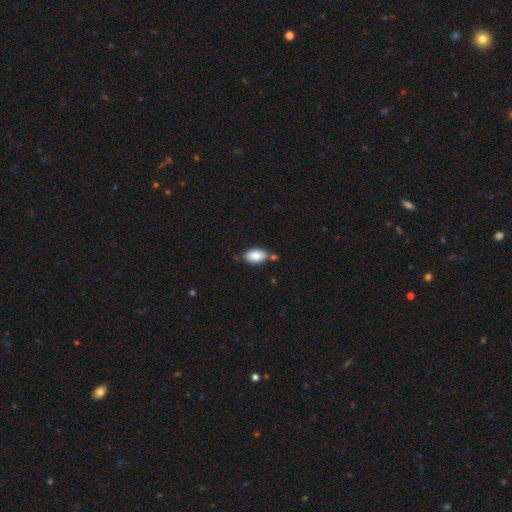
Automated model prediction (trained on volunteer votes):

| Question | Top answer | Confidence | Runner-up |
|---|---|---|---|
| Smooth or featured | smooth | 85% | featured or disk (8%) |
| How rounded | in between | 94% | round (4%) |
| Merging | none | 73% | minor disturbance (14%) |